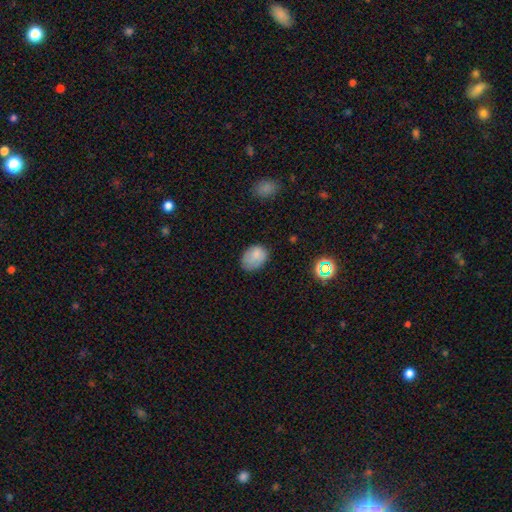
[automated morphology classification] Overall: smooth (81%). How rounded: in between (71%). Merging: none (68%).